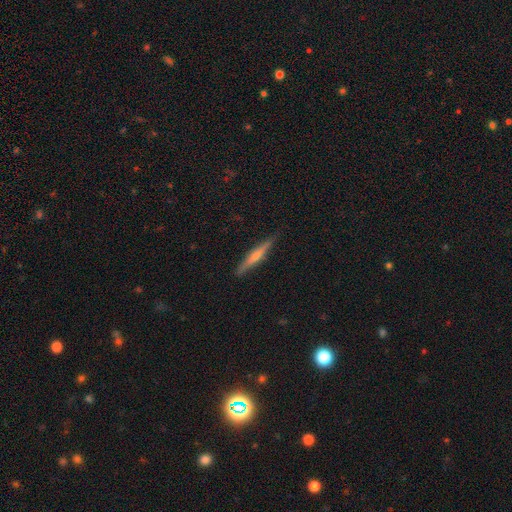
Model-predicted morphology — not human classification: A featured or disk galaxy (59%) viewed edge-on (97%) with a rounded central bulge (67%).

Vote fractions:
- Smooth or featured? featured or disk: 59% / smooth: 35% / star or artifact: 6%
- Edge-on disk? yes: 97% / no: 3%
- Edge-on bulge? rounded: 67% / none: 22% / boxy: 10%
- Merging? none: 88% / minor disturbance: 9% / major disturbance: 2% / merger: 1%